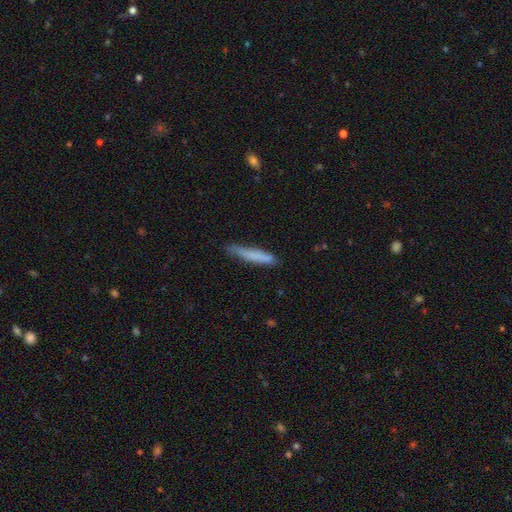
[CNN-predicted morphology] A smooth galaxy with no disk features (73%) that is cigar-shaped (93%).

Vote fractions:
- Smooth or featured? smooth: 73% / featured or disk: 21% / star or artifact: 6%
- How rounded? cigar-shaped: 93% / in between: 6% / round: 1%
- Merging? none: 73% / minor disturbance: 21% / major disturbance: 4% / merger: 2%